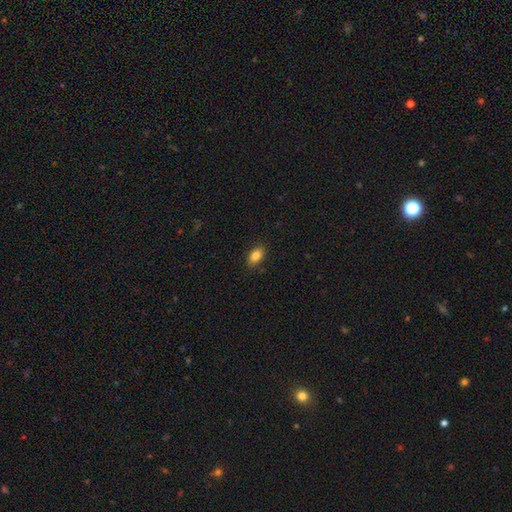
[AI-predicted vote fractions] Smooth or featured: smooth — 84% (star or artifact — 9%)
How rounded: in between — 88% (round — 9%)
Merging: none — 87% (minor disturbance — 10%)